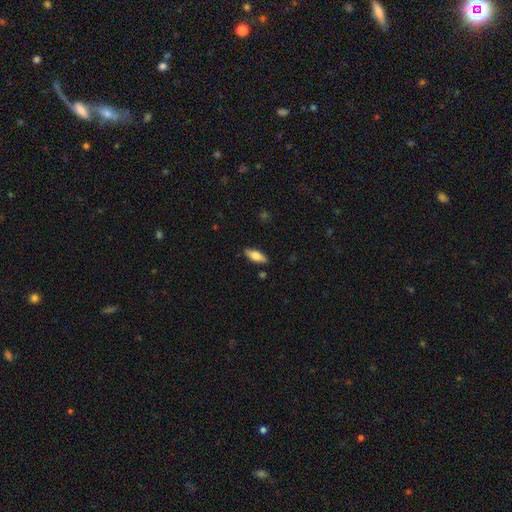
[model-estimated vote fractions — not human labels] The model was most divided on "how rounded": in between: 73%, cigar-shaped: 25%, round: 2%. More confident: merging — none (87%); smooth or featured — smooth (77%).